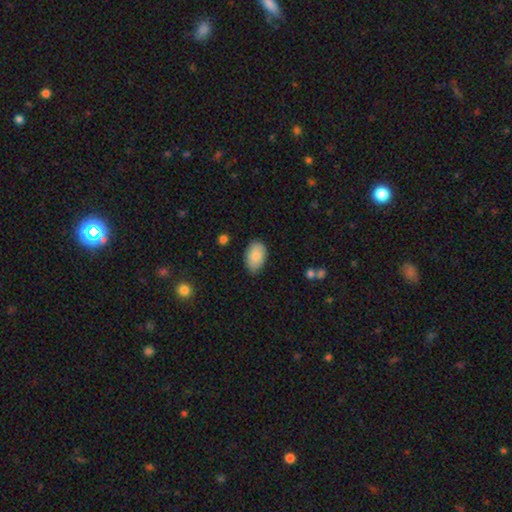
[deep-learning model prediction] Smooth or featured?
  - smooth: 85% *
  - featured or disk: 9%
  - star or artifact: 7%
How rounded?
  - in between: 92% *
  - round: 7%
  - cigar-shaped: 1%
Merging?
  - none: 80% *
  - minor disturbance: 16%
  - major disturbance: 3%
  - merger: 1%